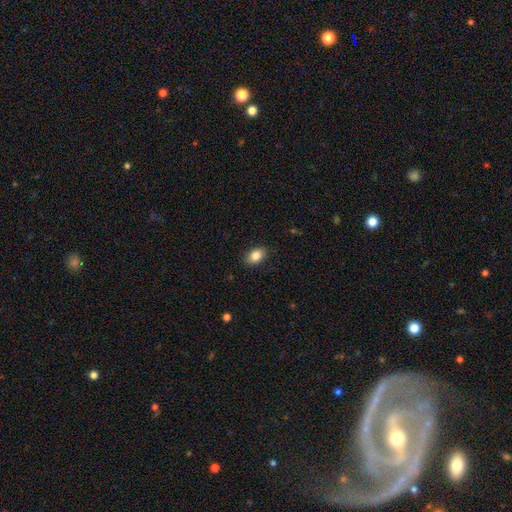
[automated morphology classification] Smooth or featured?
  - smooth: 85% *
  - star or artifact: 8%
  - featured or disk: 7%
How rounded?
  - in between: 84% *
  - round: 15%
  - cigar-shaped: 1%
Merging?
  - none: 87% *
  - minor disturbance: 9%
  - major disturbance: 2%
  - merger: 1%